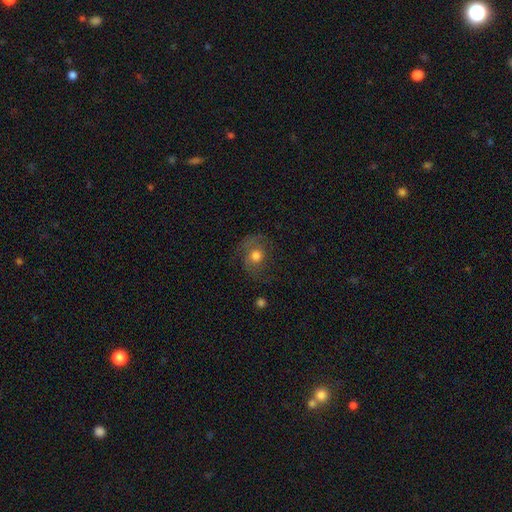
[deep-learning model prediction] A smooth galaxy with no disk features (51%) that is round (70%).

Vote fractions:
- Smooth or featured? smooth: 51% / featured or disk: 37% / star or artifact: 11%
- How rounded? round: 70% / in between: 28% / cigar-shaped: 1%
- Merging? none: 55% / minor disturbance: 22% / major disturbance: 20% / merger: 2%